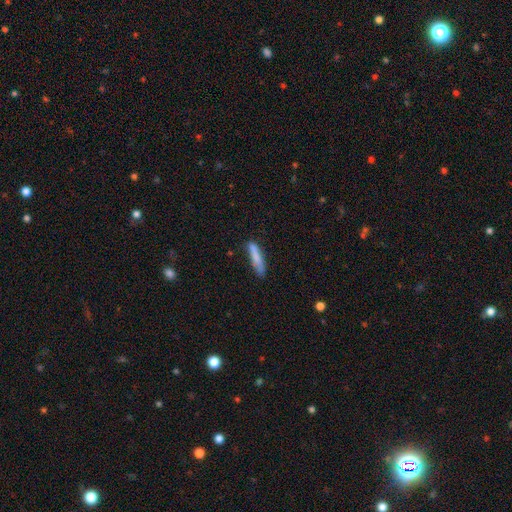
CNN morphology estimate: Smooth or featured? smooth (78%)
How rounded? cigar-shaped (87%)
Merging? none (73%)